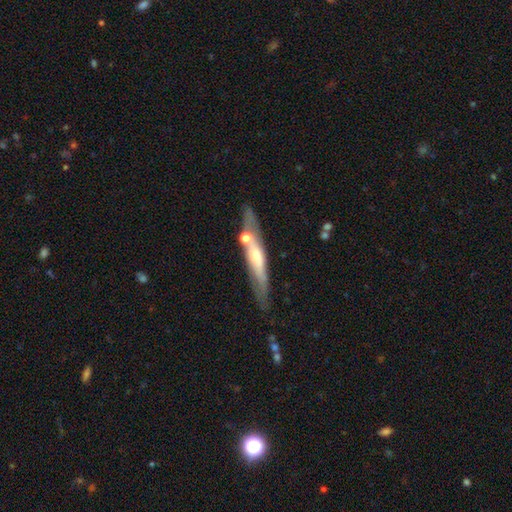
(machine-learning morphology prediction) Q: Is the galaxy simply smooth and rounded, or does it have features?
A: featured or disk — 59%.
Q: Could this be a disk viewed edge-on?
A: yes — 79%.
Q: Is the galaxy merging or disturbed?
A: none — 68%.